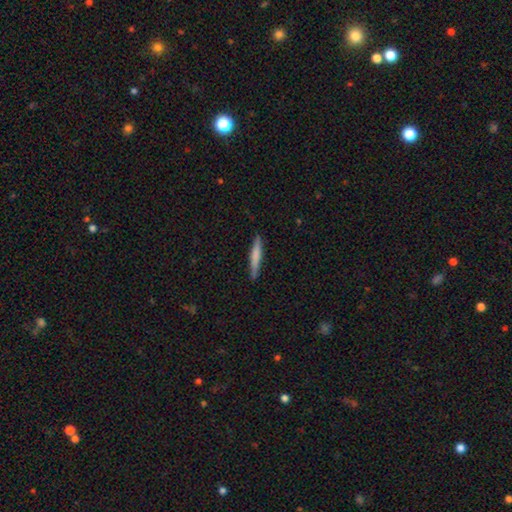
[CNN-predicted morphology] smooth 66%, featured or disk 29%, star or artifact 5%. Down the decision tree: how rounded — cigar-shaped (94%); merging — none (89%).